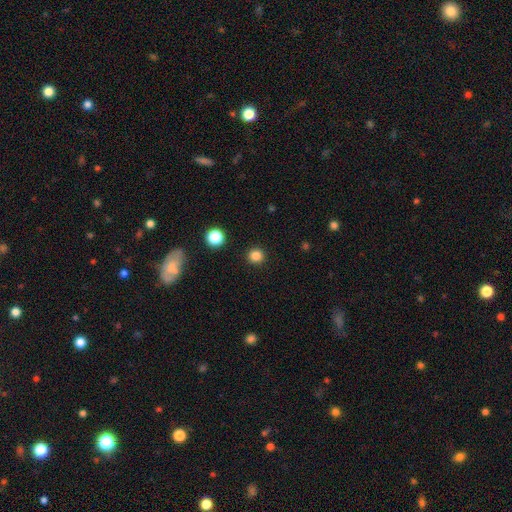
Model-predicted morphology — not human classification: Q: Smooth or featured?
A: smooth (83%); runner-up: star or artifact (13%)
Q: How rounded?
A: round (94%); runner-up: in between (5%)
Q: Merging?
A: none (92%); runner-up: minor disturbance (5%)